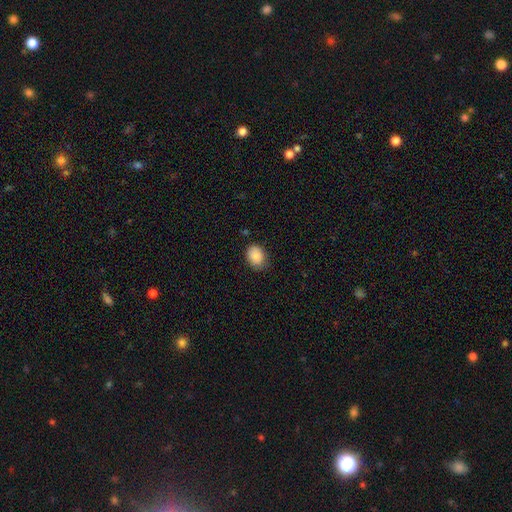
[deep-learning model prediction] Overall: smooth (88%). How rounded: in between (59%; round 40%). Merging: none (73%).